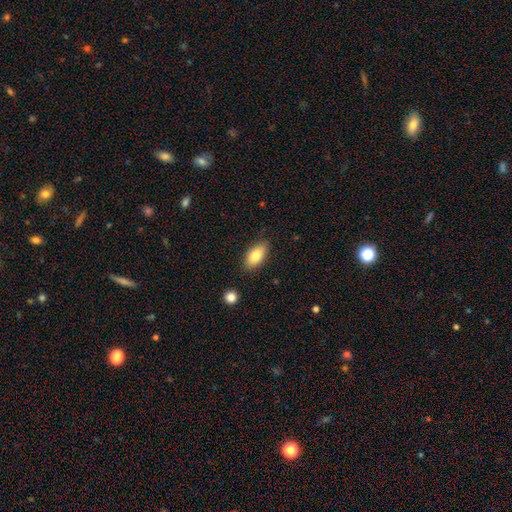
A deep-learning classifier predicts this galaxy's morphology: Smooth or featured? smooth (81%)
How rounded? in between (90%)
Merging? none (84%)